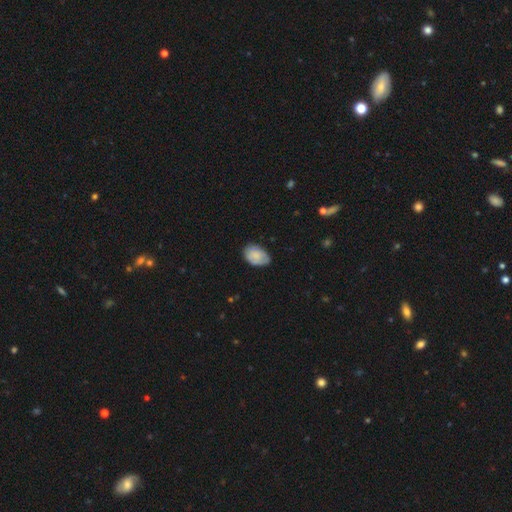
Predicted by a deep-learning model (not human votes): smooth 76%, featured or disk 17%, star or artifact 7%. Down the decision tree: how rounded — in between (88%); merging — none (66%).